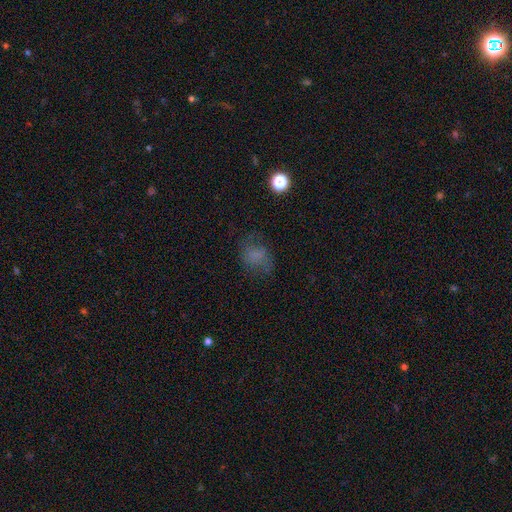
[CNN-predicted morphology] Smooth or featured? Predicted: smooth (p=0.62). How rounded? Predicted: in between (p=0.53). Merging? Predicted: none (p=0.59).